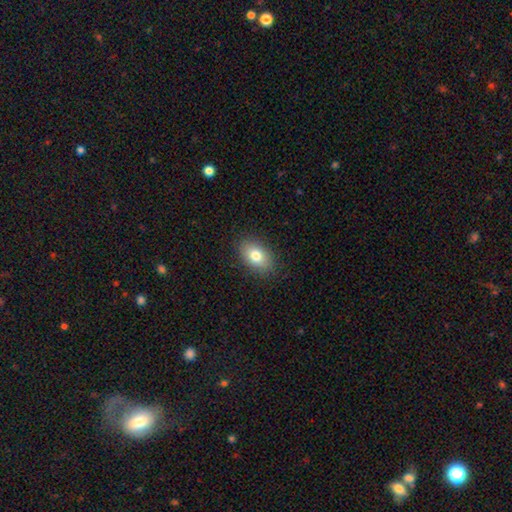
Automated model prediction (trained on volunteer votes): Smooth or featured? smooth (79%)
How rounded? in between (87%)
Merging? none (86%)